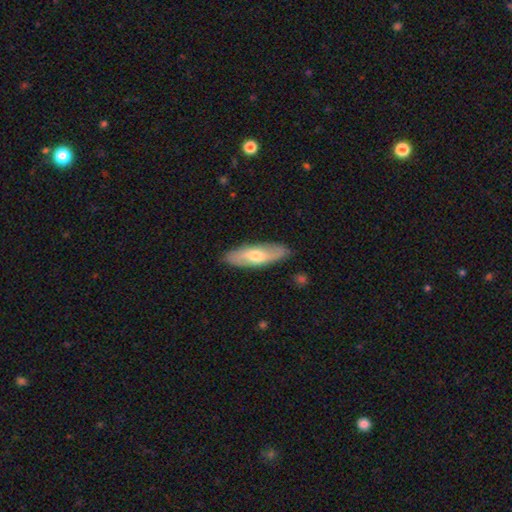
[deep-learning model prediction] smooth-or-featured: featured or disk: 48% | smooth: 46% | star or artifact: 6%
  merging: none: 87% | minor disturbance: 10% | major disturbance: 2% | merger: 1%